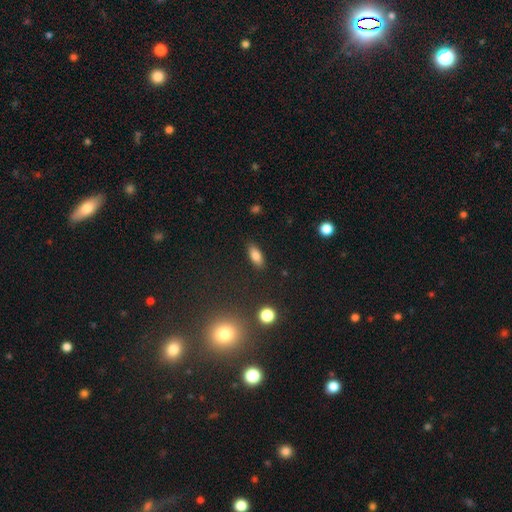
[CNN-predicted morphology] The model was most divided on "how rounded": in between: 83%, cigar-shaped: 13%, round: 4%. More confident: merging — none (87%); smooth or featured — smooth (80%).